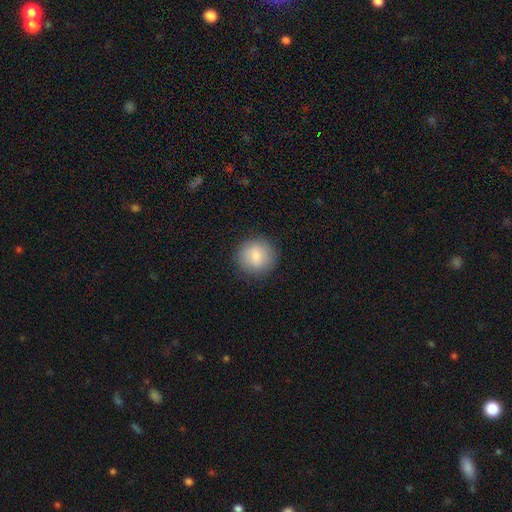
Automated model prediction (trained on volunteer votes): The model was most divided on "smooth or featured": smooth: 82%, featured or disk: 10%, star or artifact: 8%. More confident: how rounded — round (92%); merging — none (88%).